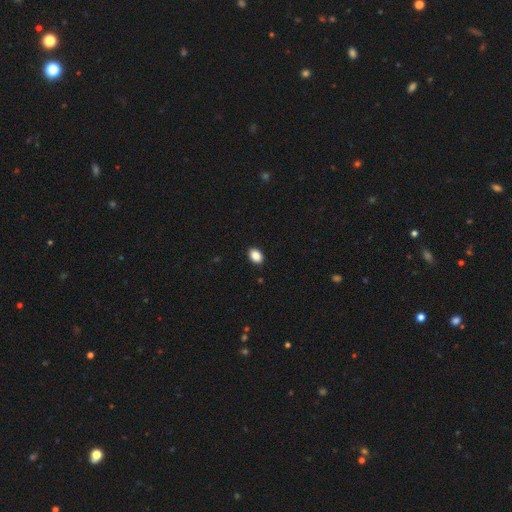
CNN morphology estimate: A smooth galaxy with no disk features (88%) that is in between round and cigar-shaped (78%).

Vote fractions:
- Smooth or featured? smooth: 88% / star or artifact: 9% / featured or disk: 4%
- How rounded? in between: 78% / round: 21% / cigar-shaped: 1%
- Merging? none: 90% / minor disturbance: 7% / major disturbance: 2% / merger: 1%